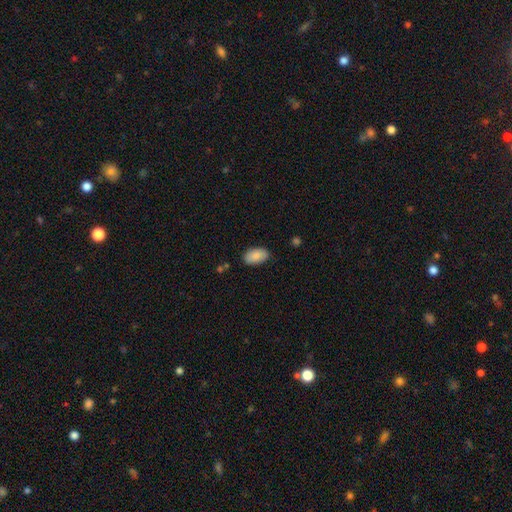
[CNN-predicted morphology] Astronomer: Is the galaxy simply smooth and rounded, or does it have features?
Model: smooth — 87%.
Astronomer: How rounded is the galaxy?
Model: in between — 94%.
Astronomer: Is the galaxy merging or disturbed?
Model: none — 84%.